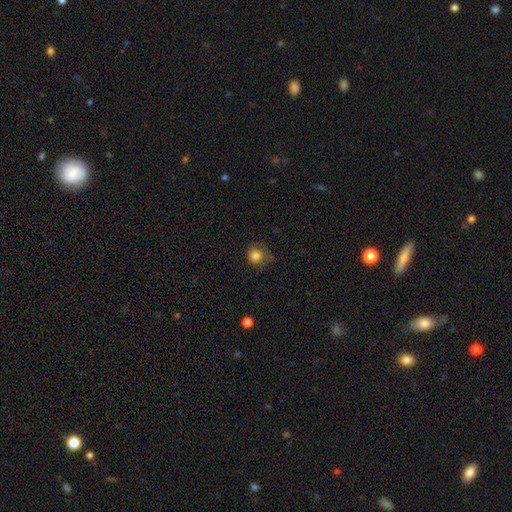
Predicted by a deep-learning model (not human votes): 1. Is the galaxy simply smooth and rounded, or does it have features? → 82% smooth, 11% star or artifact, 8% featured or disk.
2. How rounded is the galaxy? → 80% round, 19% in between, 1% cigar-shaped.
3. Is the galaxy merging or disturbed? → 50% none, 32% minor disturbance, 17% major disturbance, 2% merger.